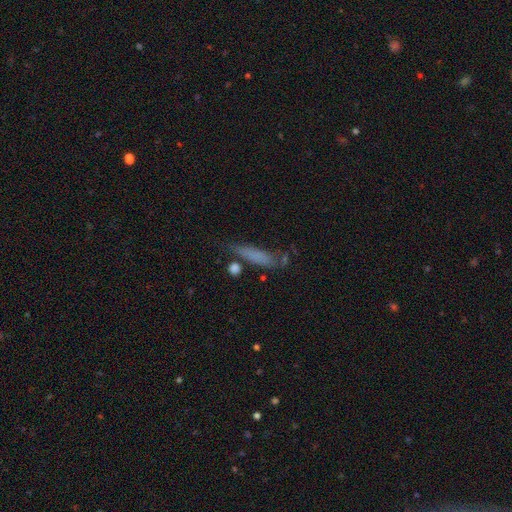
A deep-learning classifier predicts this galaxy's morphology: This is likely a smooth galaxy (67%). How rounded: likely cigar-shaped (76%). Merging: possibly none (55%).